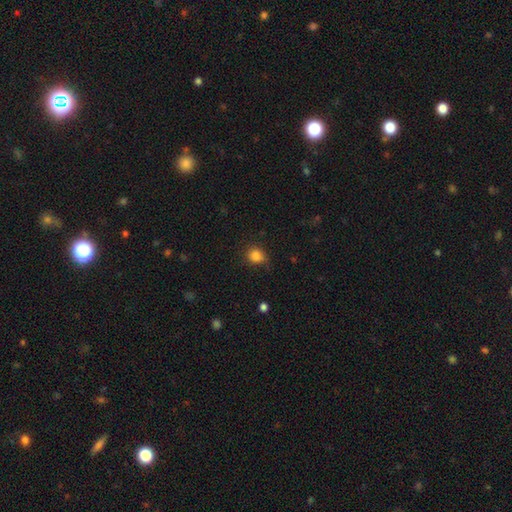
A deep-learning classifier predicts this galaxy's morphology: smooth_or_featured: smooth (p=0.85) [alt: star or artifact p=0.11]
how_rounded: round (p=0.73) [alt: in between p=0.26]
merging: none (p=0.71) [alt: minor disturbance p=0.22]